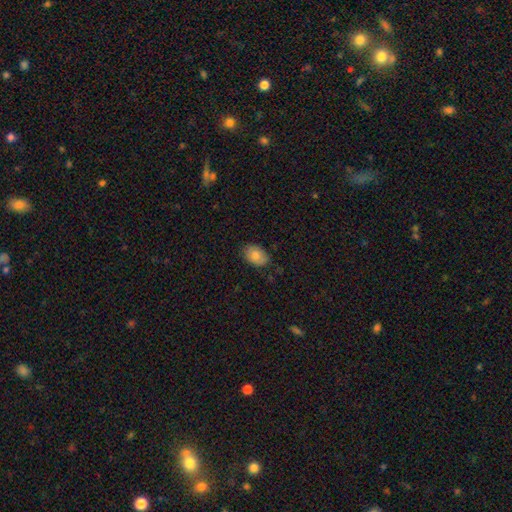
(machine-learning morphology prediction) Smooth or featured?
  - smooth: 82% *
  - featured or disk: 11%
  - star or artifact: 8%
How rounded?
  - in between: 82% *
  - round: 17%
  - cigar-shaped: 1%
Merging?
  - none: 80% *
  - minor disturbance: 16%
  - major disturbance: 3%
  - merger: 1%